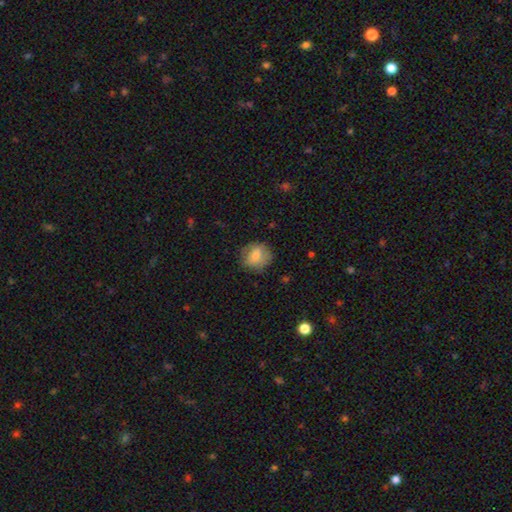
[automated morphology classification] A smooth galaxy with no disk features (73%) that is round (75%).

Vote fractions:
- Smooth or featured? smooth: 73% / featured or disk: 18% / star or artifact: 9%
- How rounded? round: 75% / in between: 23% / cigar-shaped: 1%
- Merging? none: 75% / minor disturbance: 18% / major disturbance: 6% / merger: 1%